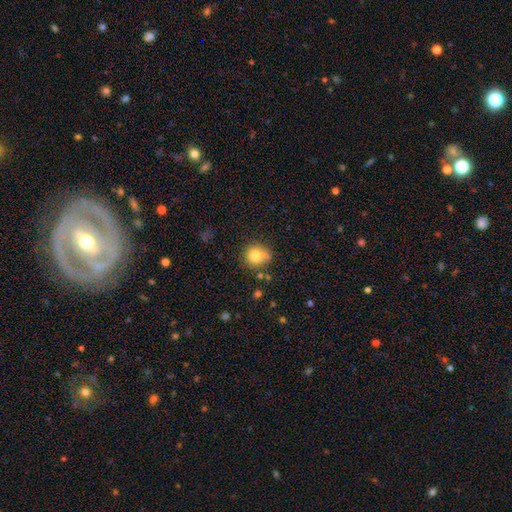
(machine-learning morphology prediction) This is likely a smooth galaxy (78%). How rounded: clearly round (85%). Merging: likely none (62%).